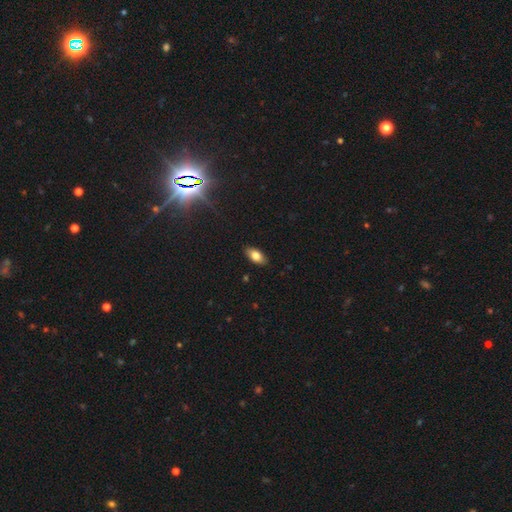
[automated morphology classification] smooth-or-featured: smooth: 78% | featured or disk: 15% | star or artifact: 8%
  how-rounded: in between: 89% | cigar-shaped: 7% | round: 3%
  merging: none: 88% | minor disturbance: 9% | major disturbance: 2% | merger: 1%